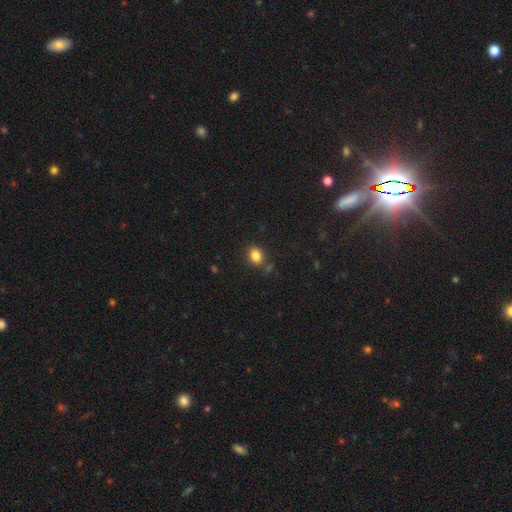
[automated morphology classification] smooth_or_featured: smooth (p=0.84) [alt: star or artifact p=0.10]
how_rounded: in between (p=0.54) [alt: round p=0.45]
merging: none (p=0.79) [alt: minor disturbance p=0.11]